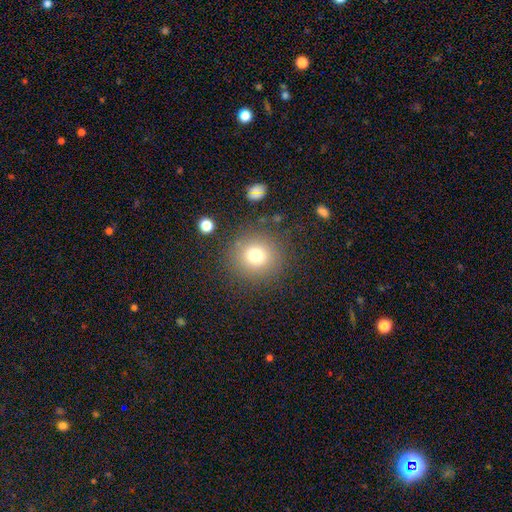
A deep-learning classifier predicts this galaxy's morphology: Smooth or featured? Predicted: smooth (p=0.75). How rounded? Predicted: round (p=0.92). Merging? Predicted: none (p=0.84).